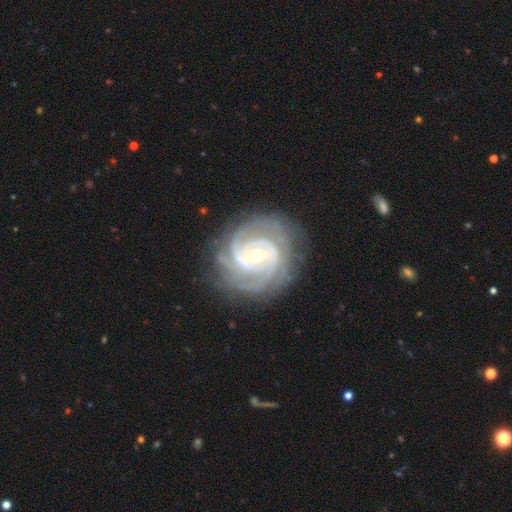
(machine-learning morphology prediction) This appears to be a featured or disk galaxy (91%) with a weak bar (48%), 3 (25%) tight (75%) spiral arms (98%) and a small central bulge (58%). Merging: none (78%).